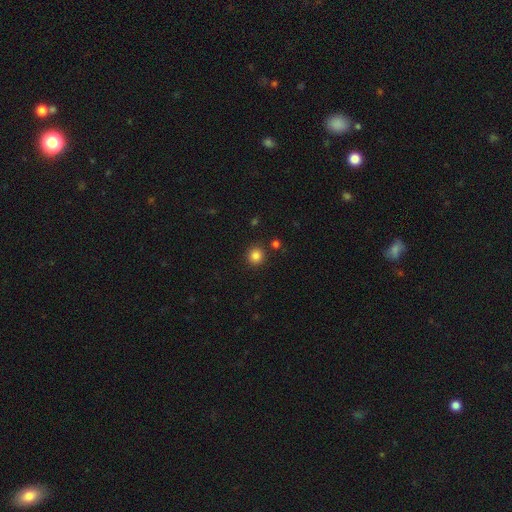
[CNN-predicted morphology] Overall: smooth (84%). How rounded: round (93%). Merging: none (89%).